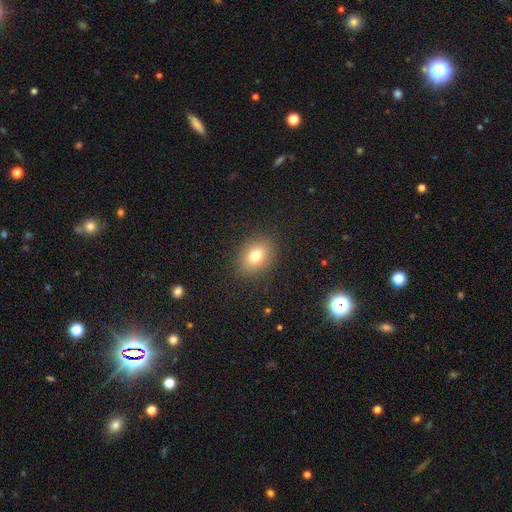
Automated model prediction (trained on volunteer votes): The model was most divided on "how rounded": in between: 62%, round: 36%, cigar-shaped: 1%. More confident: merging — none (87%); smooth or featured — smooth (76%).